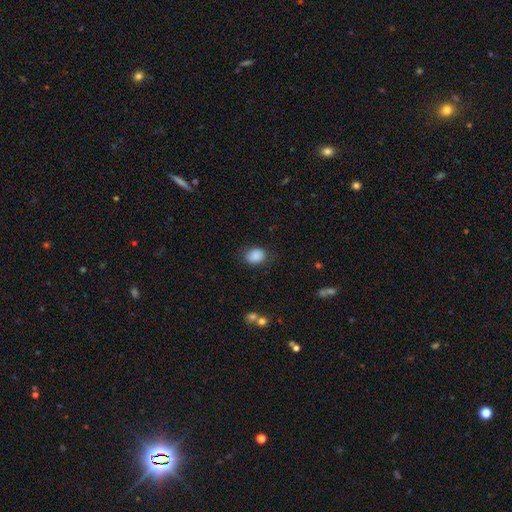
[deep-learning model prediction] A smooth galaxy with no disk features (88%) that is in between round and cigar-shaped (59%). Merging: none (77%).